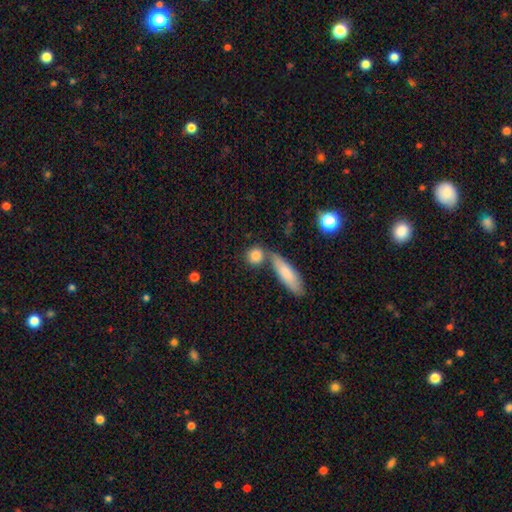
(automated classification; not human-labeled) This appears to be a smooth galaxy with no disk features (84%) that is round (71%). Merging: none (63%).